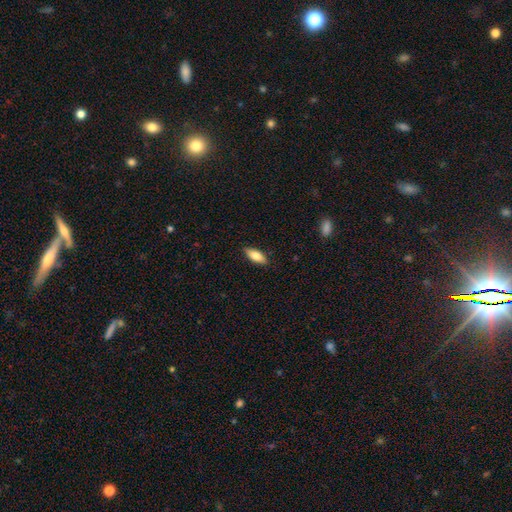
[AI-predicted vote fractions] smooth_or_featured: smooth (p=0.78) [alt: featured or disk p=0.15]
how_rounded: in between (p=0.78) [alt: cigar-shaped p=0.20]
merging: none (p=0.87) [alt: minor disturbance p=0.10]